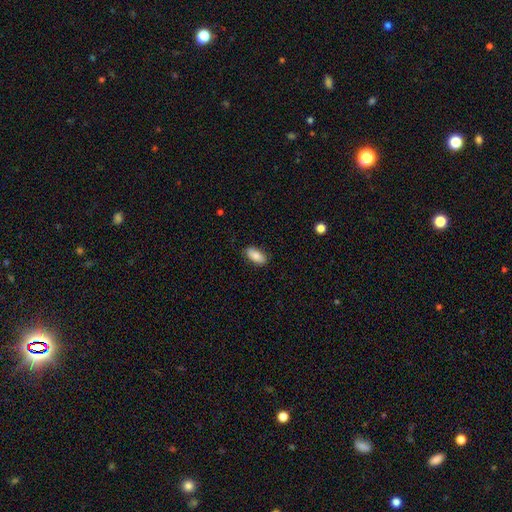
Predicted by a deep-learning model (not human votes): Smooth or featured: smooth — 84% (featured or disk — 10%)
How rounded: in between — 91% (cigar-shaped — 6%)
Merging: none — 86% (minor disturbance — 11%)